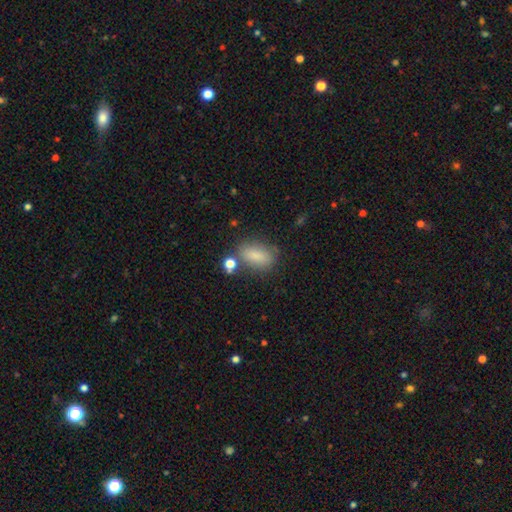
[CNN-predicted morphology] A smooth galaxy with no disk features (82%) that is in between round and cigar-shaped (85%). Merging: none (68%).